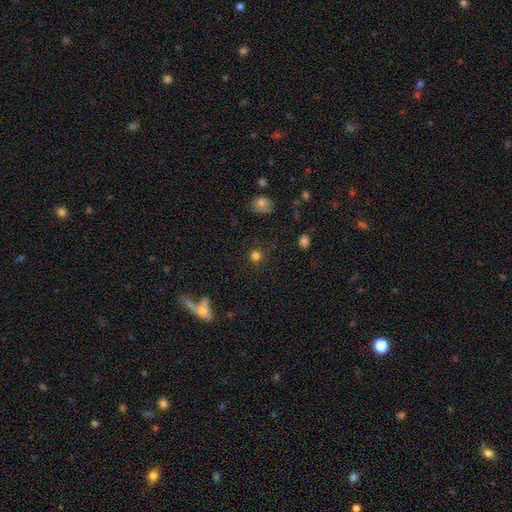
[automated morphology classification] Smooth or featured? smooth (78%)
How rounded? round (91%)
Merging? none (86%)